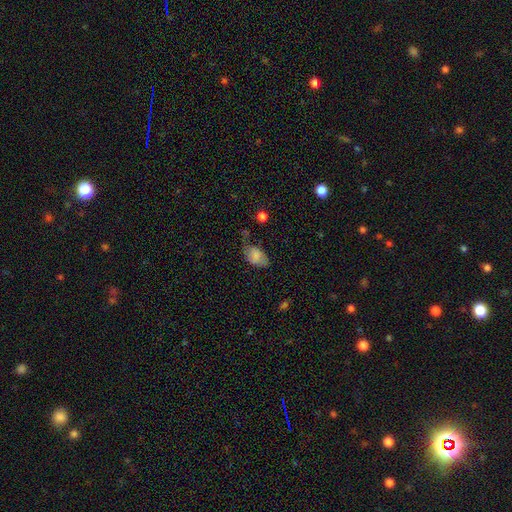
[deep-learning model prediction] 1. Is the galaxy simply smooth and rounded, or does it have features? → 77% smooth, 15% featured or disk, 9% star or artifact.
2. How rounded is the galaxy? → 90% in between, 8% round, 2% cigar-shaped.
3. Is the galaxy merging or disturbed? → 51% none, 34% minor disturbance, 12% major disturbance, 4% merger.